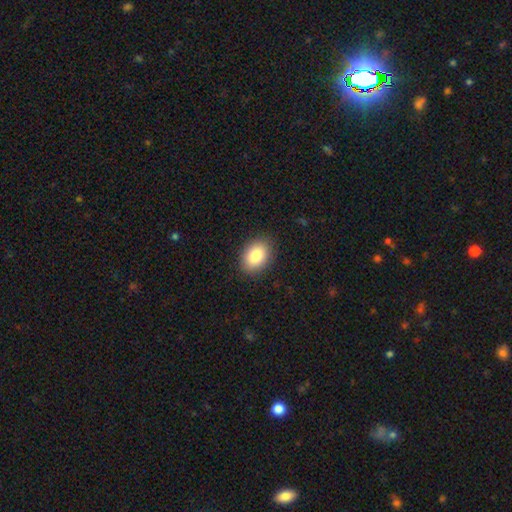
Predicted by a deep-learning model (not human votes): Overall: smooth (85%). How rounded: in between (80%). Merging: none (88%).